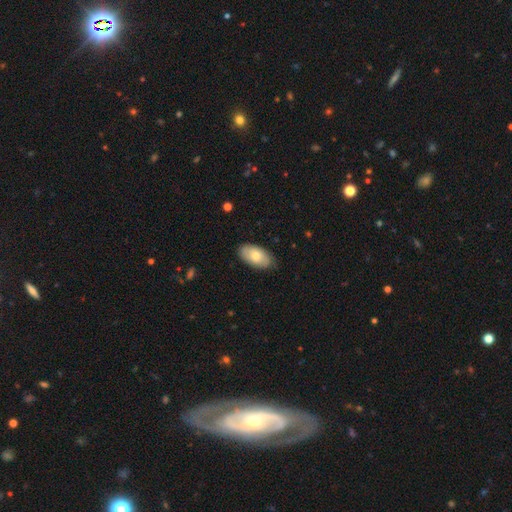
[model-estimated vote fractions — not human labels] A smooth galaxy with no disk features (63%) that is in between round and cigar-shaped (94%).

Vote fractions:
- Smooth or featured? smooth: 63% / featured or disk: 31% / star or artifact: 6%
- How rounded? in between: 94% / round: 4% / cigar-shaped: 2%
- Merging? none: 81% / minor disturbance: 15% / major disturbance: 3% / merger: 1%